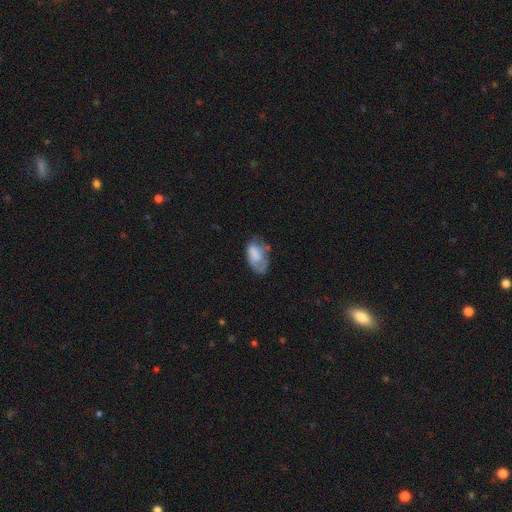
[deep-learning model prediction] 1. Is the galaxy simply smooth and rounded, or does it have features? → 67% smooth, 25% featured or disk, 8% star or artifact.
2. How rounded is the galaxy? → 92% in between, 6% round, 2% cigar-shaped.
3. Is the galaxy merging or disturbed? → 43% none, 33% minor disturbance, 21% major disturbance, 3% merger.